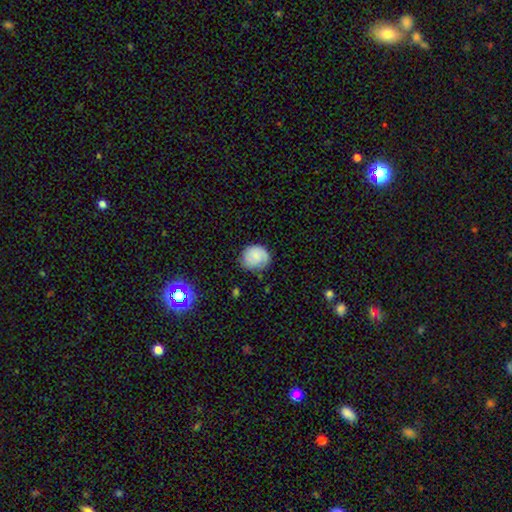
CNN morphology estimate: Overall: smooth (62%; featured or disk 29%). How rounded: round (72%). Merging: none (68%).